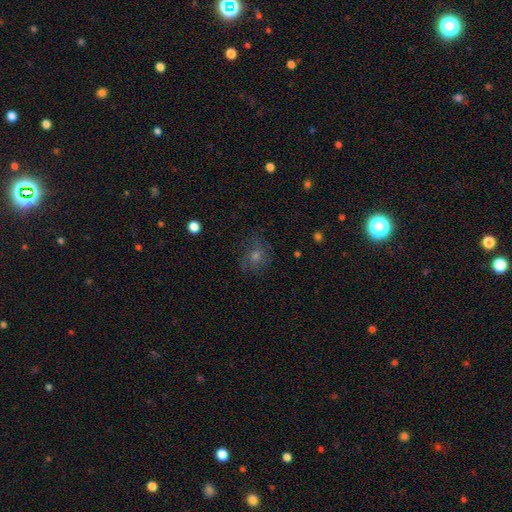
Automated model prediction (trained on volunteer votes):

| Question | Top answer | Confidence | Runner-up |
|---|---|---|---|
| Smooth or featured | smooth | 43% | featured or disk (29%) |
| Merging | none | 72% | minor disturbance (18%) |